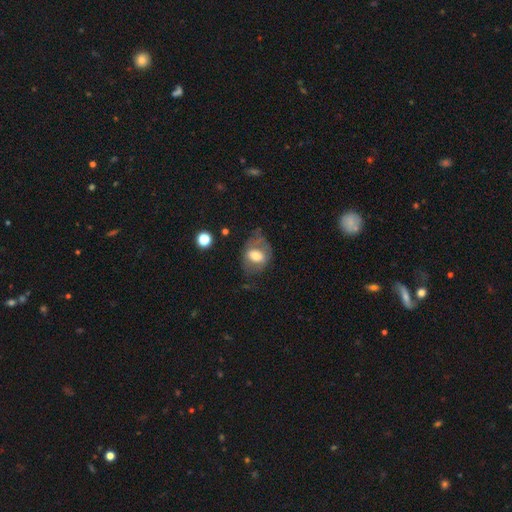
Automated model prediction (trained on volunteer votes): Overall: smooth (57%; featured or disk 35%). How rounded: in between (68%; round 30%). Merging: none (44%; minor disturbance 27%).